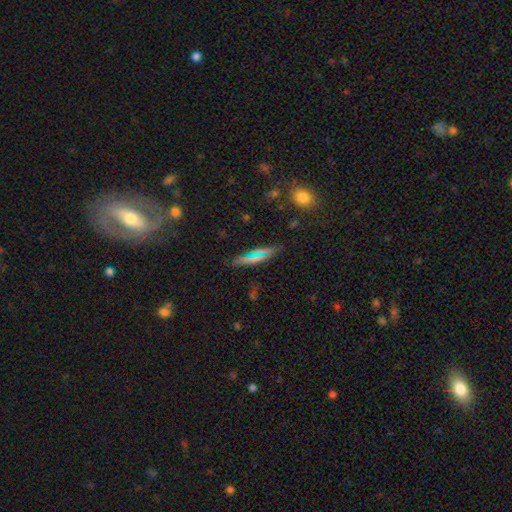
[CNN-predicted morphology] smooth-or-featured: smooth: 59% | star or artifact: 23% | featured or disk: 18%
  how-rounded: cigar-shaped: 60% | in between: 33% | round: 7%
  merging: none: 79% | minor disturbance: 14% | major disturbance: 5% | merger: 3%